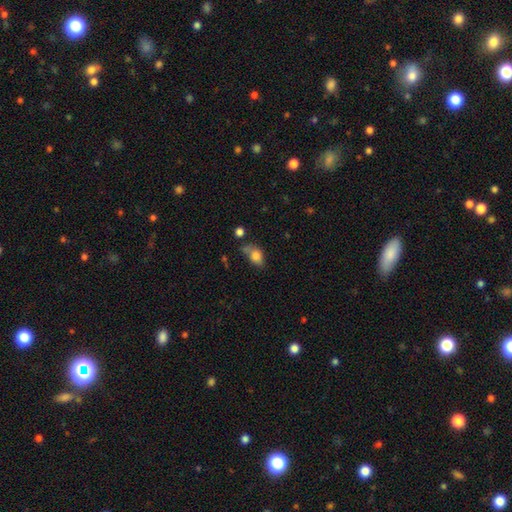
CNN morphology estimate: This is clearly a smooth galaxy (80%). How rounded: likely in between (73%). Merging: marginally none (43%).